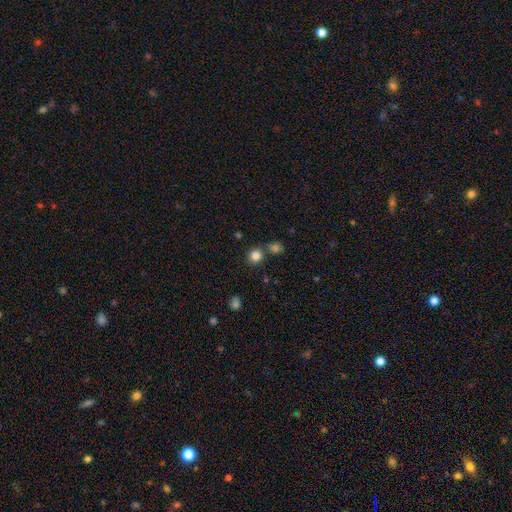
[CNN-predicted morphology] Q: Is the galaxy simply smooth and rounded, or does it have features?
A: smooth — 82%.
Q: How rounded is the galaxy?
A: round — 91%.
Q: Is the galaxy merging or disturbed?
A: none — 72%.